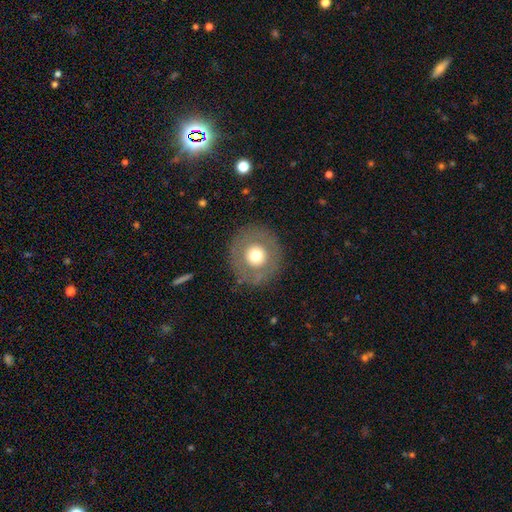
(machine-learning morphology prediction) Smooth or featured? Predicted: smooth (p=0.61). How rounded? Predicted: round (p=0.94). Merging? Predicted: none (p=0.85).